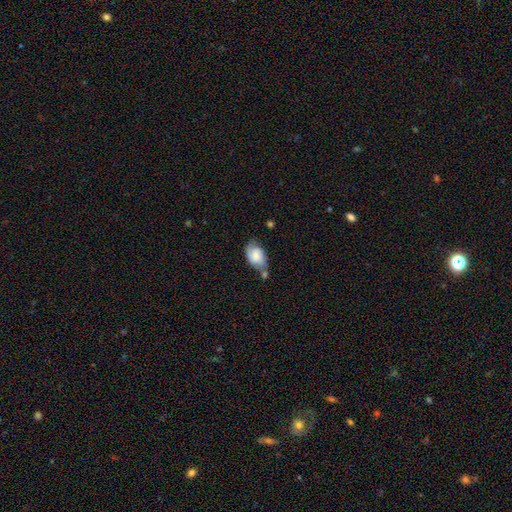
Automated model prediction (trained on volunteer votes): A smooth galaxy with no disk features (48%). Merging: none (46%).